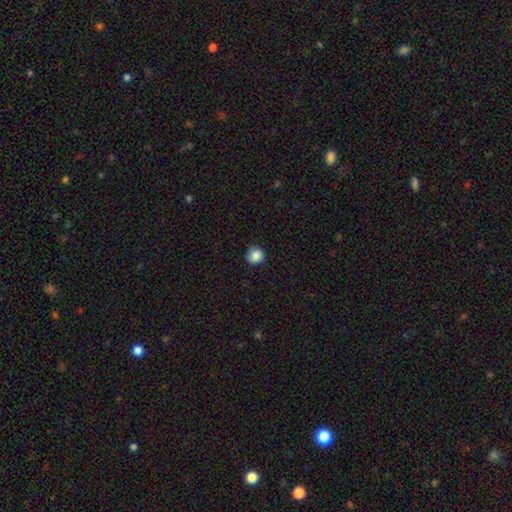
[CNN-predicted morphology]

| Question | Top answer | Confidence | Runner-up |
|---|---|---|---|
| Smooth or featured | smooth | 87% | star or artifact (9%) |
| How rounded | round | 90% | in between (9%) |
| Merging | none | 88% | minor disturbance (9%) |